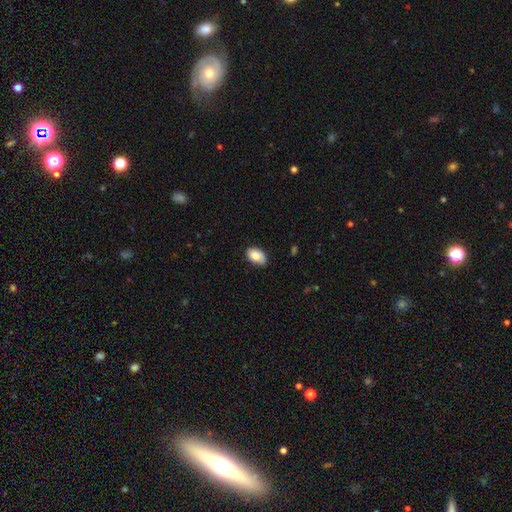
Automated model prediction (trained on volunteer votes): smooth 81%, featured or disk 13%, star or artifact 7%. Down the decision tree: how rounded — in between (92%); merging — none (80%).